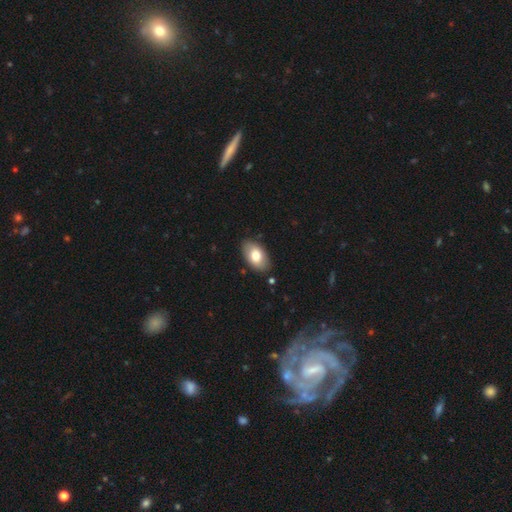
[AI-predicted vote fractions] Overall: smooth (76%). How rounded: in between (94%). Merging: none (85%).